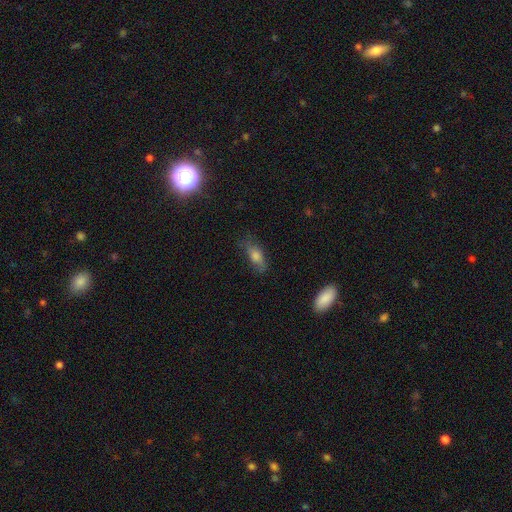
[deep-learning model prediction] Morphology: type=smooth (64%); roundness=in between (71%); merging=none (68%).